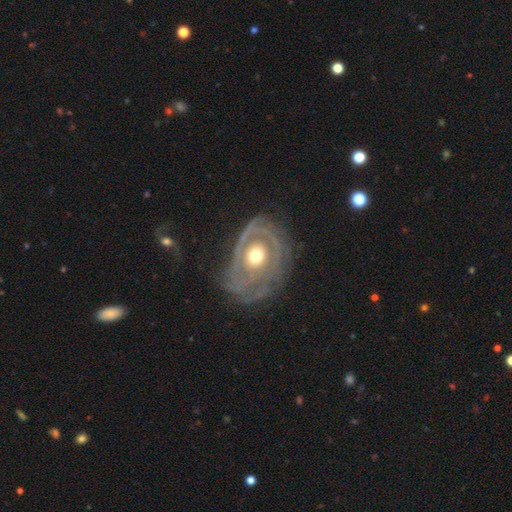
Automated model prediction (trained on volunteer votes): This is likely a featured or disk galaxy (79%). It is clearly not viewed edge-on (96%). Bar: likely no (66%). Spiral arm pattern: likely yes (70%). Spiral arm count: marginally can't tell (36%). Spiral winding: likely tight (63%). Central bulge: likely moderate (74%). Merging: likely none (69%).